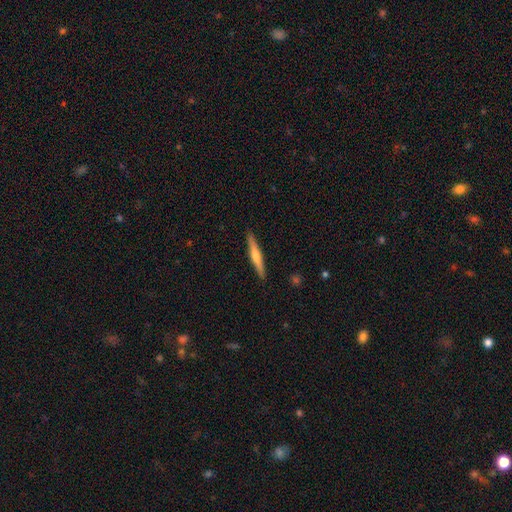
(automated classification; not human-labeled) smooth_or_featured: smooth (p=0.47) [tied with: featured or disk p=0.47]
merging: none (p=0.91) [alt: minor disturbance p=0.06]